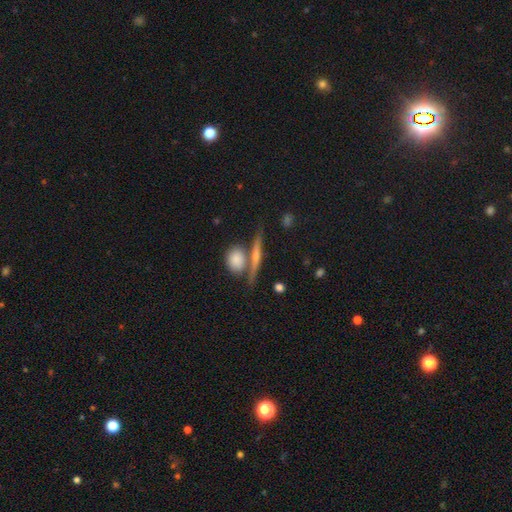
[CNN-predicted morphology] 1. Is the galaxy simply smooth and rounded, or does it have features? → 40% featured or disk, 38% smooth, 22% star or artifact.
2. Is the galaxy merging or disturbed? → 61% none, 22% merger, 10% minor disturbance, 7% major disturbance.